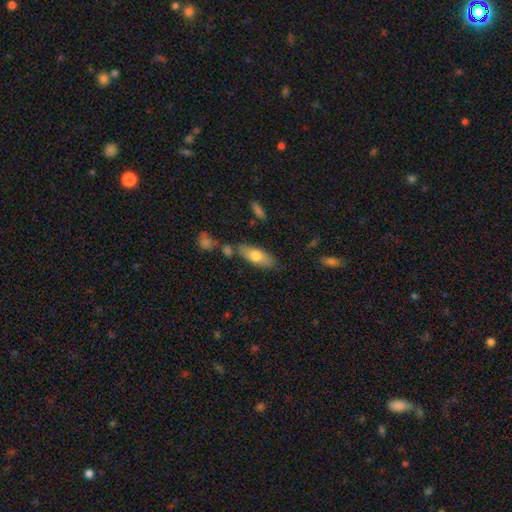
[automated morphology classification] Smooth or featured?
  - smooth: 72% *
  - featured or disk: 22%
  - star or artifact: 7%
How rounded?
  - in between: 75% *
  - cigar-shaped: 23%
  - round: 3%
Merging?
  - none: 73% *
  - minor disturbance: 15%
  - merger: 8%
  - major disturbance: 4%